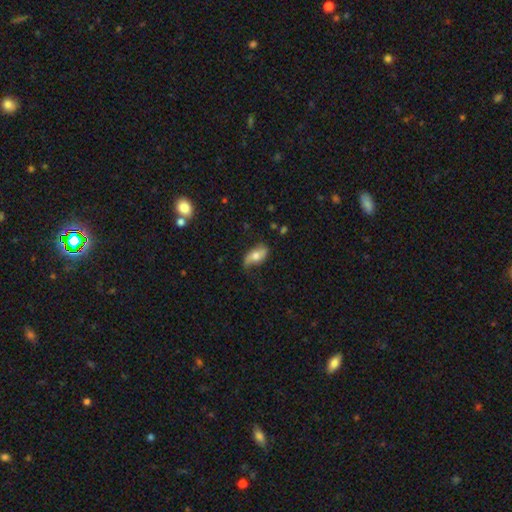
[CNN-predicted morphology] Smooth or featured? smooth (57%)
How rounded? in between (88%)
Merging? none (67%)